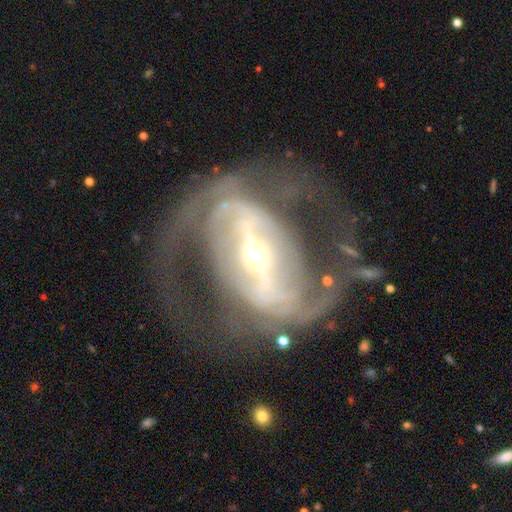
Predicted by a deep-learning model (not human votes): Smooth or featured: featured or disk — 87% (smooth — 7%)
Edge-on disk: no — 94% (yes — 6%)
Bar: strong — 70% (weak — 20%)
Spiral arms: yes — 79% (no — 21%)
Spiral winding: medium — 47% (tight — 27%)
Spiral arm count: 2 — 78% (can't tell — 12%)
Bulge size: small — 64% (moderate — 29%)
Merging: none — 63% (major disturbance — 21%)